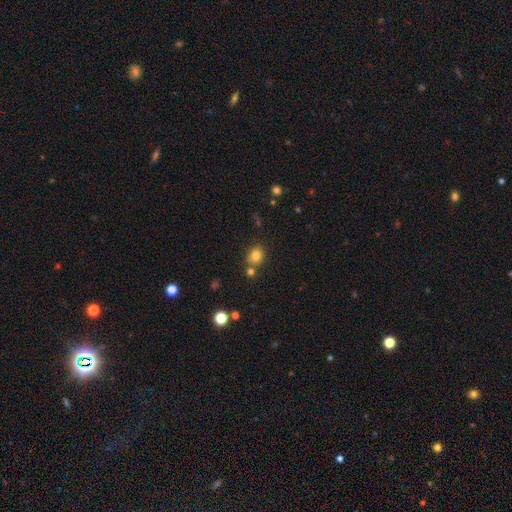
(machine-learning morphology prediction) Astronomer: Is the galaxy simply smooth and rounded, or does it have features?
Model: smooth — 80%.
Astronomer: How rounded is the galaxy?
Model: round — 61% (runner-up: in between, 38%).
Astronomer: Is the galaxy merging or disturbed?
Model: none — 71%.